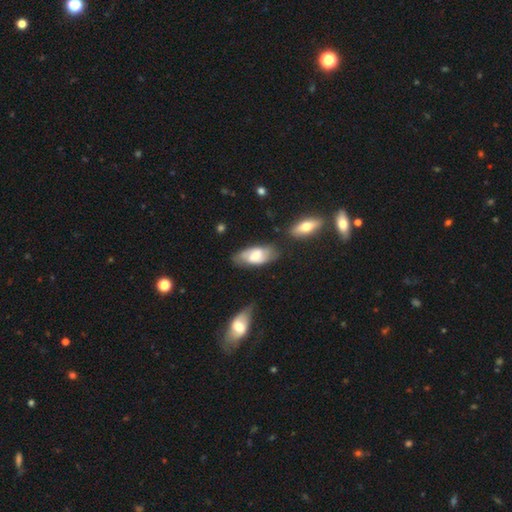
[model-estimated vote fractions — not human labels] smooth_or_featured: featured or disk (p=0.54) [alt: smooth p=0.39]
disk_edge_on: no (p=0.90) [alt: yes p=0.10]
merging: none (p=0.68) [alt: minor disturbance p=0.21]